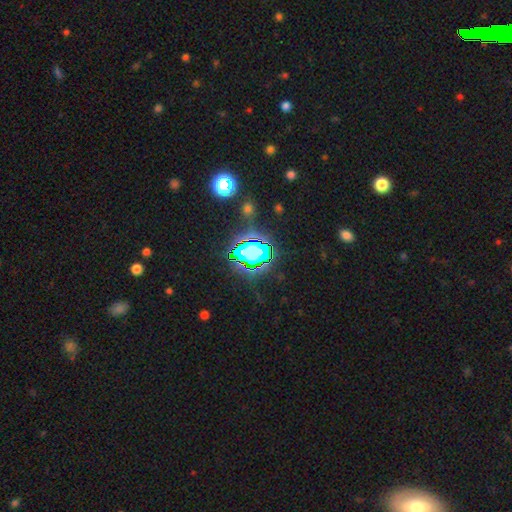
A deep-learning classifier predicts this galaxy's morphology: Smooth or featured? star or artifact (63%)